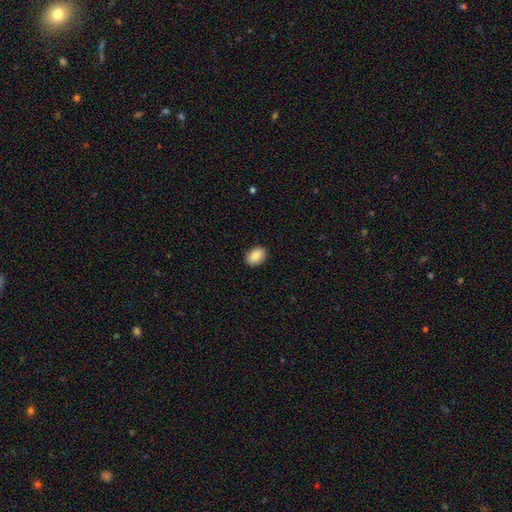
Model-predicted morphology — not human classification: This is clearly a smooth galaxy (89%). How rounded: likely in between (78%). Merging: clearly none (90%).